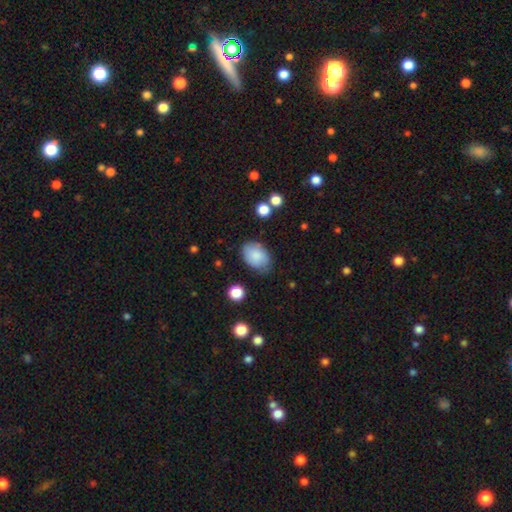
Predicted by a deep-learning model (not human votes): Smooth or featured? Predicted: smooth (p=0.82). How rounded? Predicted: in between (p=0.84). Merging? Predicted: none (p=0.72).